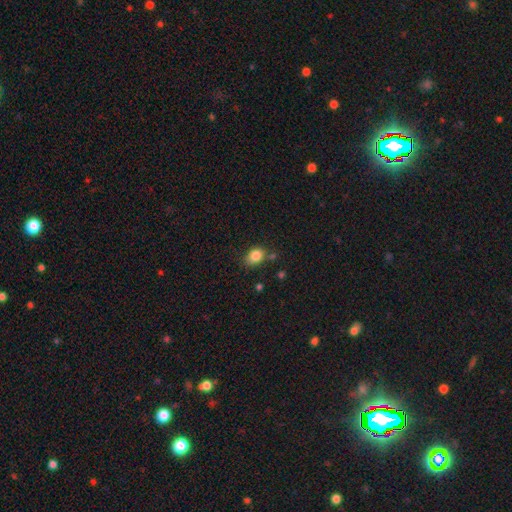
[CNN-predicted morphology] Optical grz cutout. It shows a smooth galaxy with no disk features (84%) that is in between round and cigar-shaped (63%). Merging: none (67%).